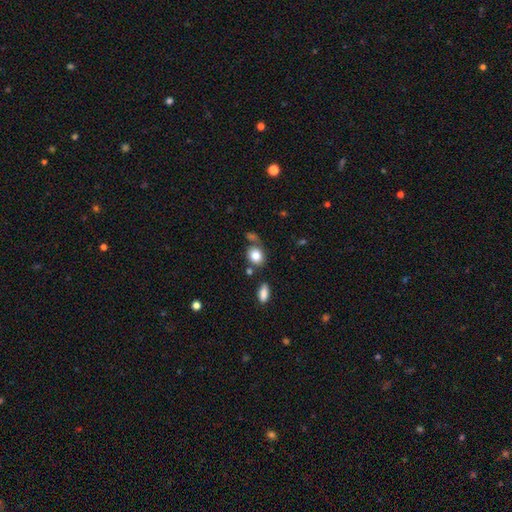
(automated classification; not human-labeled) Overall: smooth (82%). How rounded: round (50%; in between 48%). Merging: none (64%).